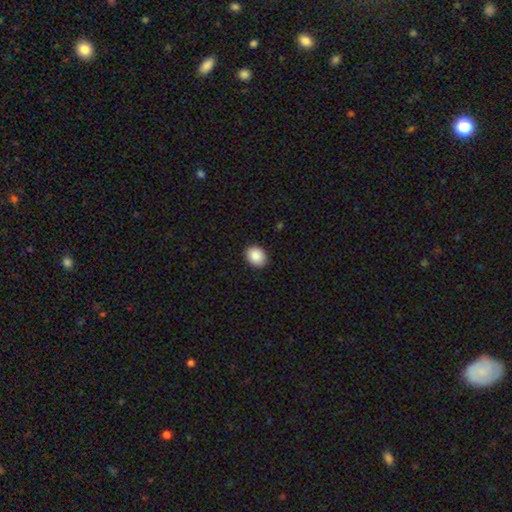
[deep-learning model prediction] Smooth or featured: smooth — 89% (star or artifact — 7%)
How rounded: in between — 54% (round — 45%)
Merging: none — 90% (minor disturbance — 7%)